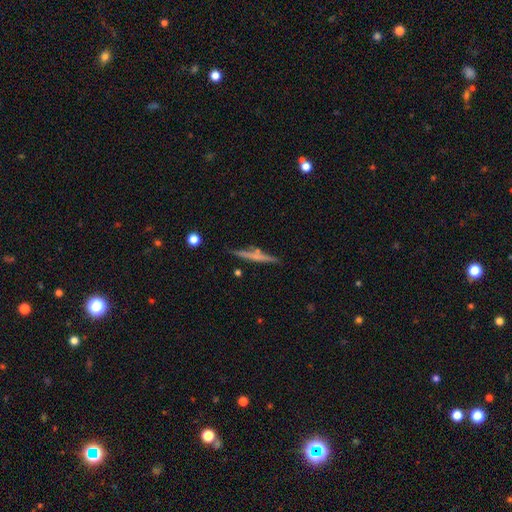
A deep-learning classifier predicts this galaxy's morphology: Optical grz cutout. It shows a featured or disk galaxy (47%). Merging: none (78%).